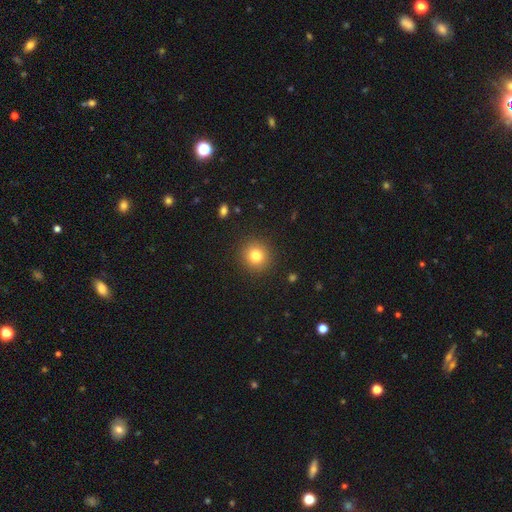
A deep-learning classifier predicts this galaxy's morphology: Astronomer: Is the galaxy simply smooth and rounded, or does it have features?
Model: smooth — 81%.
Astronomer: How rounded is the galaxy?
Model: round — 92%.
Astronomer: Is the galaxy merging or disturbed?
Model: none — 91%.